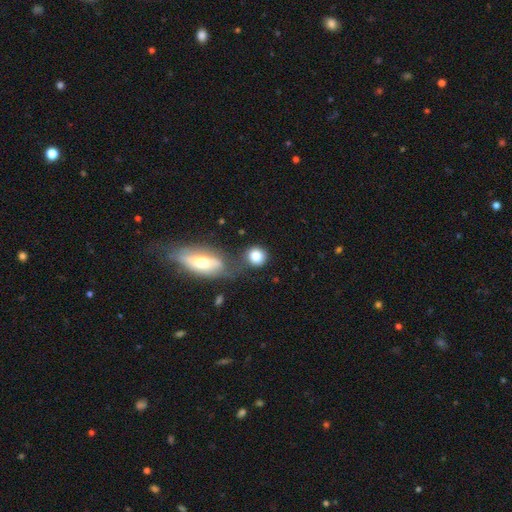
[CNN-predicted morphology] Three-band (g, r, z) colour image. It shows a smooth galaxy with no disk features (83%) that is round (82%). Merging: none (55%).